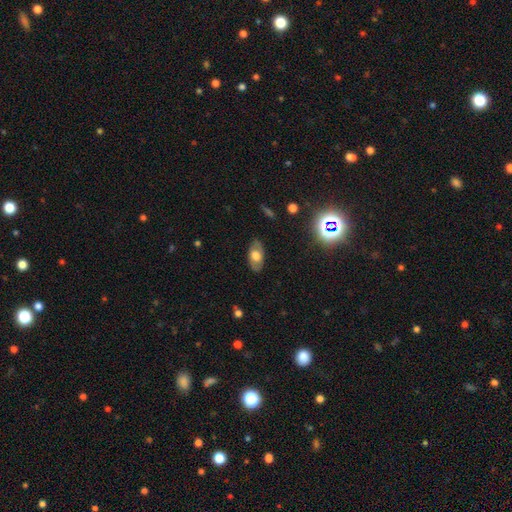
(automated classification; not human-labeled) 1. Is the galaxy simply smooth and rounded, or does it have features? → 54% smooth, 37% featured or disk, 9% star or artifact.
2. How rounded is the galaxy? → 91% in between, 6% round, 3% cigar-shaped.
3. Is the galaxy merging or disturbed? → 83% none, 13% minor disturbance, 3% major disturbance, 1% merger.